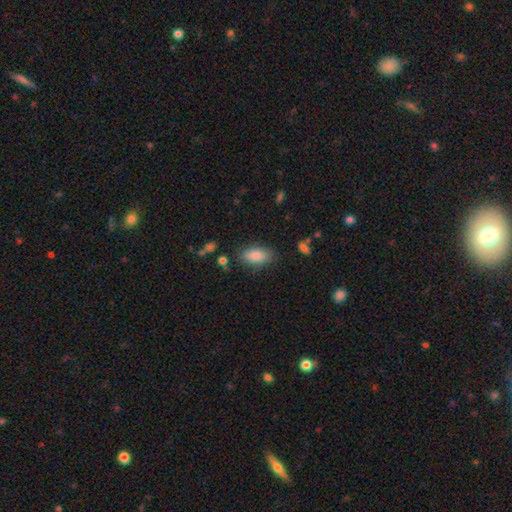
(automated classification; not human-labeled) smooth-or-featured: smooth: 87% | star or artifact: 7% | featured or disk: 6%
  how-rounded: in between: 91% | cigar-shaped: 5% | round: 4%
  merging: none: 81% | minor disturbance: 13% | major disturbance: 4% | merger: 2%